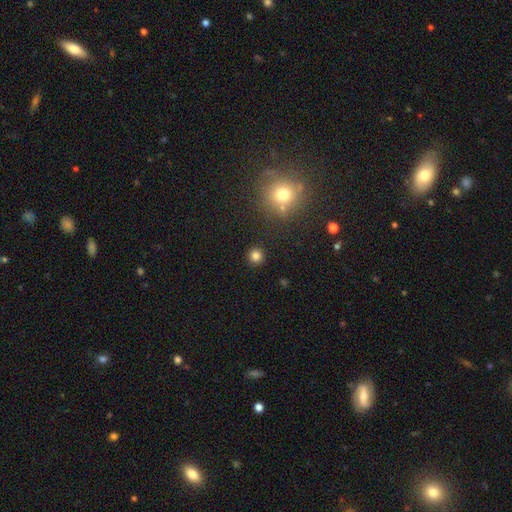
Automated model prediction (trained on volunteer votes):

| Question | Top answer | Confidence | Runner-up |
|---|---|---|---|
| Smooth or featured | smooth | 81% | star or artifact (14%) |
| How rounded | round | 94% | in between (5%) |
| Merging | none | 90% | minor disturbance (5%) |